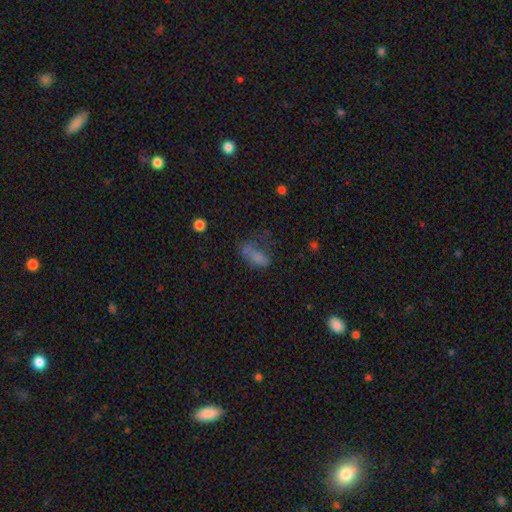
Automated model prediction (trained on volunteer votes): Q: Smooth or featured?
A: smooth (68%); runner-up: featured or disk (16%)
Q: How rounded?
A: in between (78%); runner-up: cigar-shaped (17%)
Q: Merging?
A: major disturbance (33%); runner-up: none (32%)